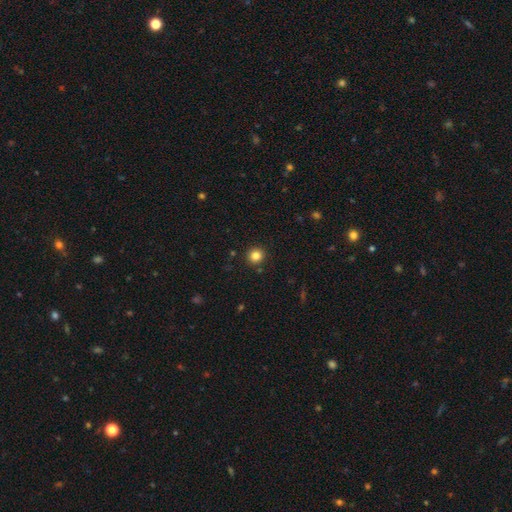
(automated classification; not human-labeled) This is clearly a smooth galaxy (83%). How rounded: clearly round (91%). Merging: clearly none (91%).